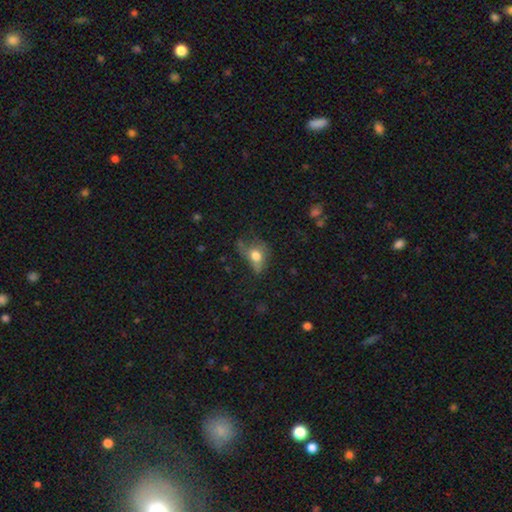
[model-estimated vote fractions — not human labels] smooth-or-featured: smooth: 64% | featured or disk: 24% | star or artifact: 12%
  how-rounded: in between: 61% | round: 36% | cigar-shaped: 3%
  merging: major disturbance: 36% | none: 32% | minor disturbance: 28% | merger: 4%